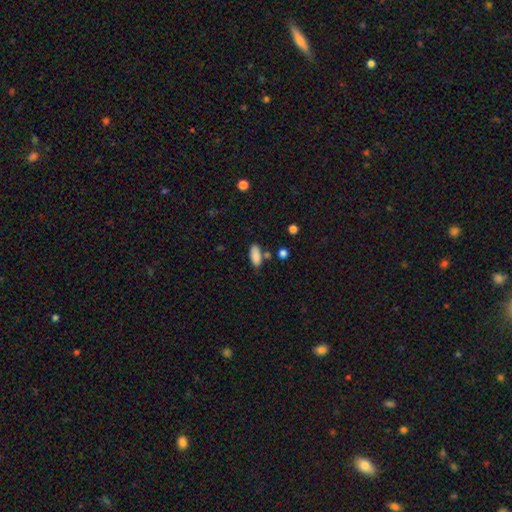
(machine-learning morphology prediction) A smooth galaxy with no disk features (87%) that is in between round and cigar-shaped (85%). Merging: none (71%).